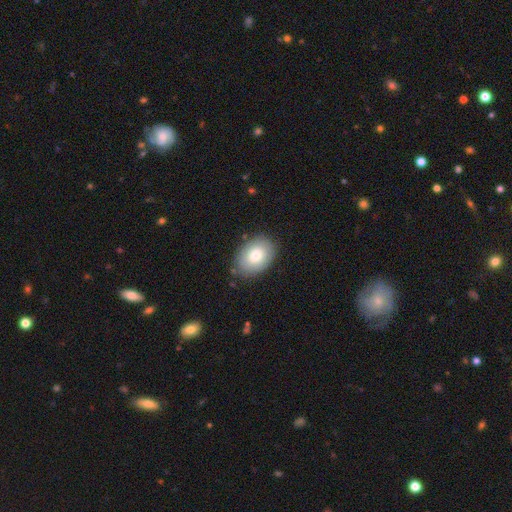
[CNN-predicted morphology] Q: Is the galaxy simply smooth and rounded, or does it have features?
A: smooth — 76%.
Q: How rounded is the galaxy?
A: in between — 80%.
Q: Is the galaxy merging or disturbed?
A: none — 81%.